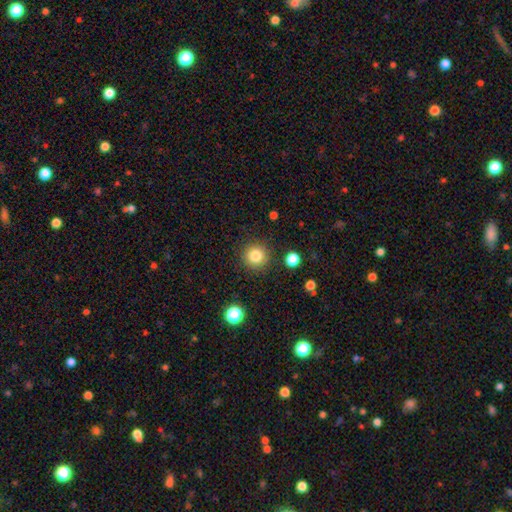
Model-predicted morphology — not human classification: Smooth or featured: smooth — 82% (star or artifact — 11%)
How rounded: round — 95% (in between — 4%)
Merging: none — 89% (minor disturbance — 7%)